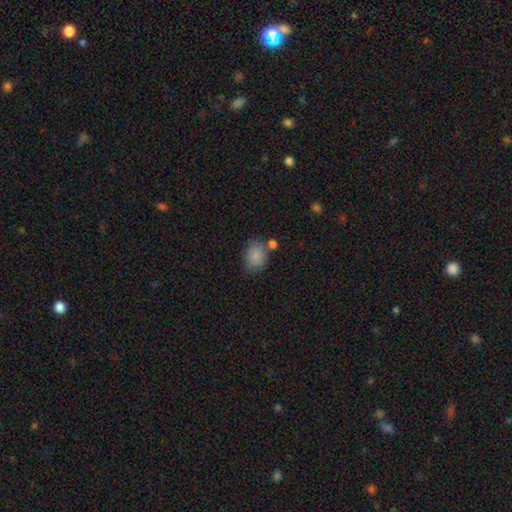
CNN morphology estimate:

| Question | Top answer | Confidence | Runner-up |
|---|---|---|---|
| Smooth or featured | smooth | 85% | star or artifact (9%) |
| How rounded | in between | 62% | round (37%) |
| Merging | none | 67% | minor disturbance (17%) |